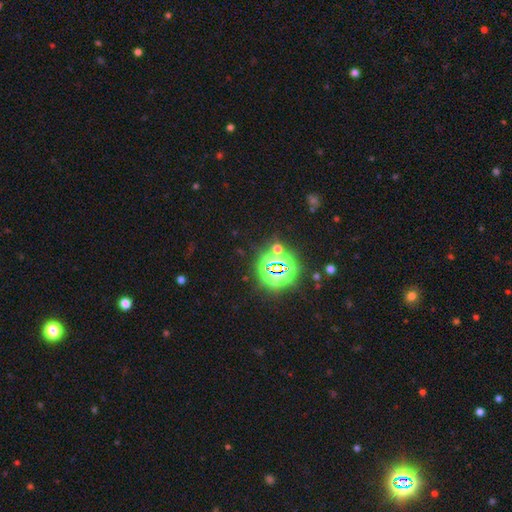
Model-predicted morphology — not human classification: Q: Smooth or featured?
A: star or artifact (82%); runner-up: smooth (11%)